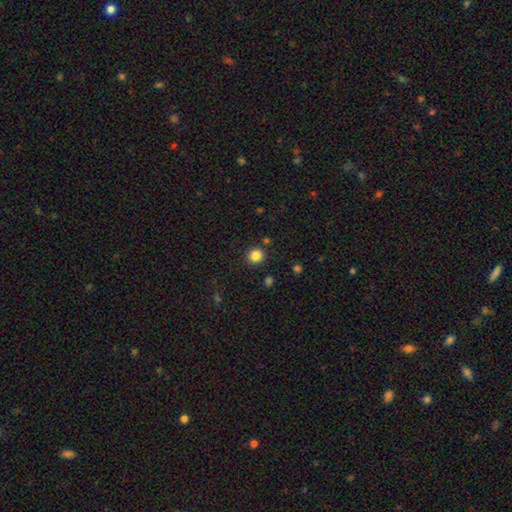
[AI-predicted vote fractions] smooth_or_featured: smooth (p=0.85) [alt: star or artifact p=0.11]
how_rounded: round (p=0.92) [alt: in between p=0.07]
merging: none (p=0.89) [alt: minor disturbance p=0.06]